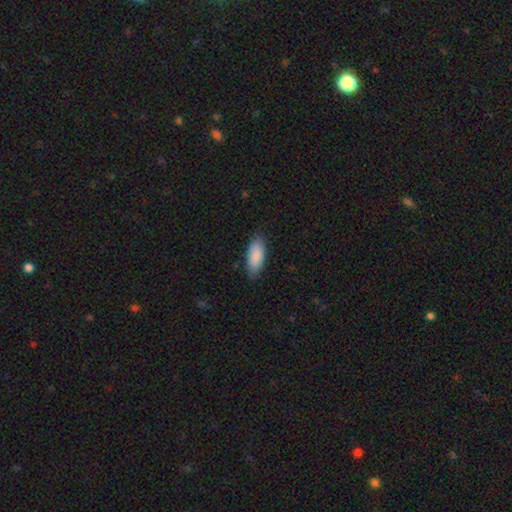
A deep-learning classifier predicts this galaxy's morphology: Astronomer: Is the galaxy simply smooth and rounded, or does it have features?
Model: smooth — 89%.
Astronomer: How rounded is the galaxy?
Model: in between — 86%.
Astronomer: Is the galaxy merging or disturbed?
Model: none — 83%.